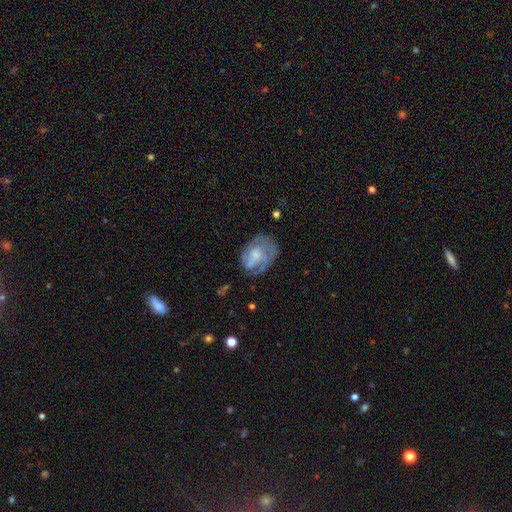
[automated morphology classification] This appears to be a featured or disk galaxy (64%) with no bar (69%), spiral arms (74%) and a small central bulge (34%, tied with moderate). Merging: none (56%).